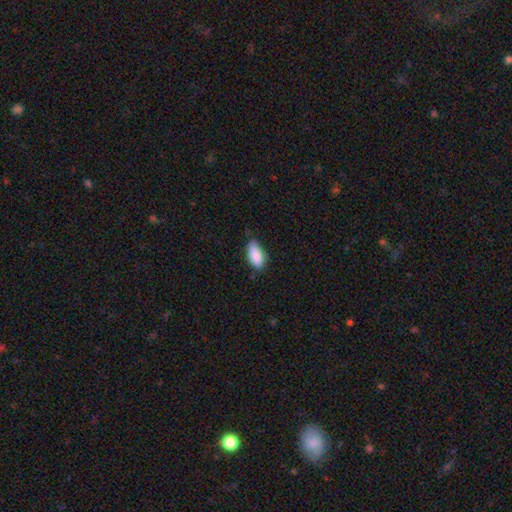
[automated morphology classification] This appears to be a smooth galaxy with no disk features (87%) that is in between round and cigar-shaped (90%). Merging: none (64%).